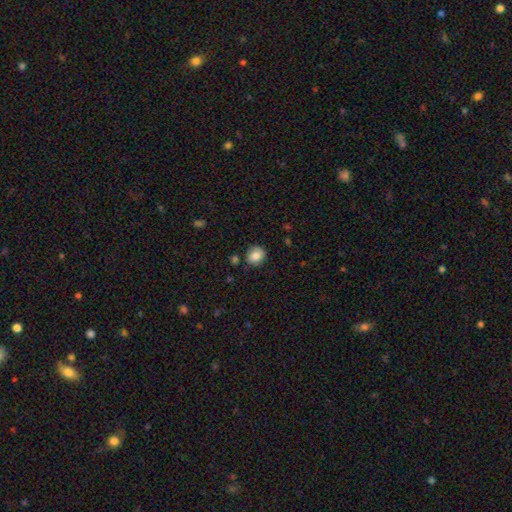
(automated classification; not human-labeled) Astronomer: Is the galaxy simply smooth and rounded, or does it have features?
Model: smooth — 83%.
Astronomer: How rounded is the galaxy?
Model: round — 78%.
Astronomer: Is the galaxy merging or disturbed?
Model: none — 83%.